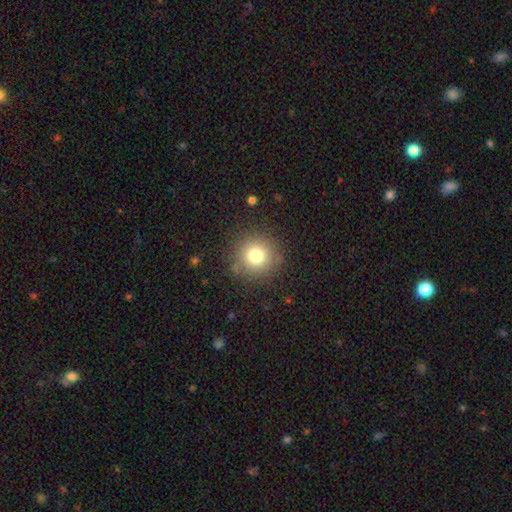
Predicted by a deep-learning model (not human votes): A smooth galaxy with no disk features (77%) that is round (93%).

Vote fractions:
- Smooth or featured? smooth: 77% / star or artifact: 14% / featured or disk: 10%
- How rounded? round: 93% / in between: 6% / cigar-shaped: 1%
- Merging? none: 86% / minor disturbance: 9% / major disturbance: 4% / merger: 1%